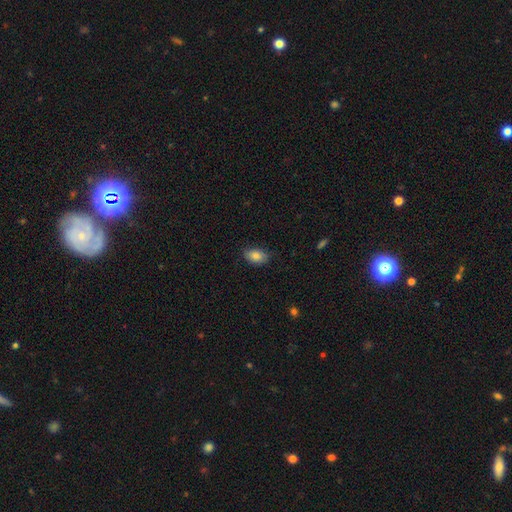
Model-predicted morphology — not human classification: Smooth or featured? Predicted: smooth (p=0.82). How rounded? Predicted: in between (p=0.89). Merging? Predicted: none (p=0.76).